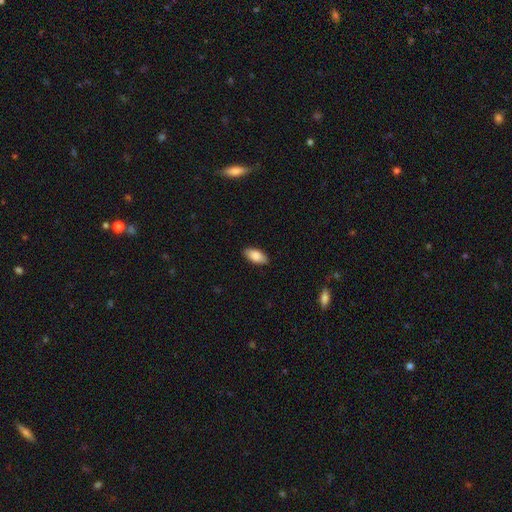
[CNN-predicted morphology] Overall: smooth (85%). How rounded: in between (91%). Merging: none (88%).